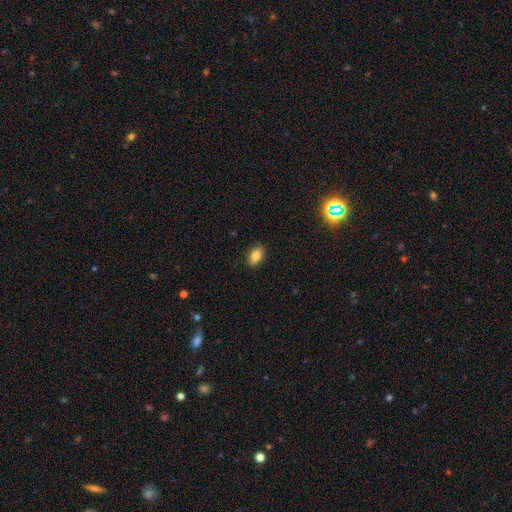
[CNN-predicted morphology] Smooth or featured?
  - smooth: 86% *
  - star or artifact: 8%
  - featured or disk: 6%
How rounded?
  - in between: 90% *
  - round: 8%
  - cigar-shaped: 2%
Merging?
  - none: 88% *
  - minor disturbance: 9%
  - major disturbance: 2%
  - merger: 1%